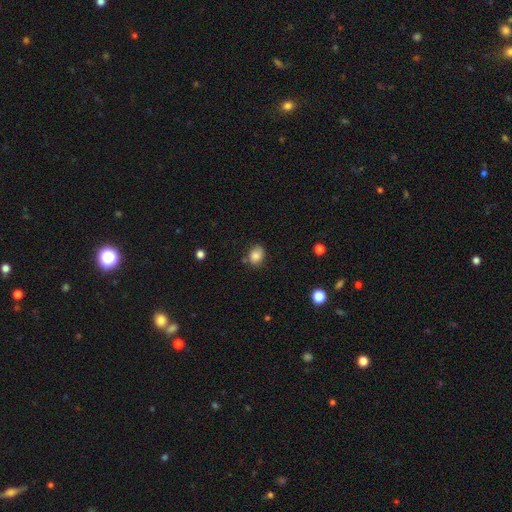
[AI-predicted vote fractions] Smooth or featured?
  - smooth: 84% *
  - star or artifact: 10%
  - featured or disk: 6%
How rounded?
  - in between: 58% *
  - round: 41%
  - cigar-shaped: 1%
Merging?
  - none: 74% *
  - minor disturbance: 17%
  - merger: 5%
  - major disturbance: 3%